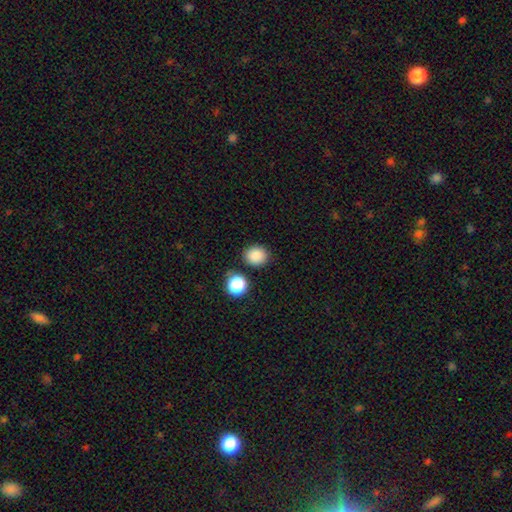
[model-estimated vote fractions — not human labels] Smooth or featured? smooth (86%)
How rounded? round (77%)
Merging? none (83%)